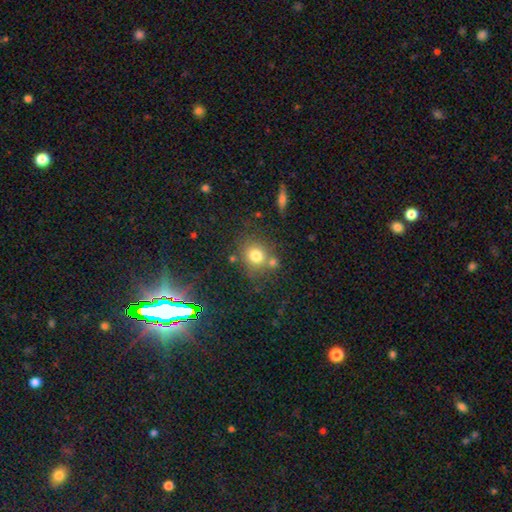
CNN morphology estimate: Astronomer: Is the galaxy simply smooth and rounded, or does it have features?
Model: smooth — 76%.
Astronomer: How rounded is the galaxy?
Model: round — 77%.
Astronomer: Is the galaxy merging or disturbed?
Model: none — 66%.